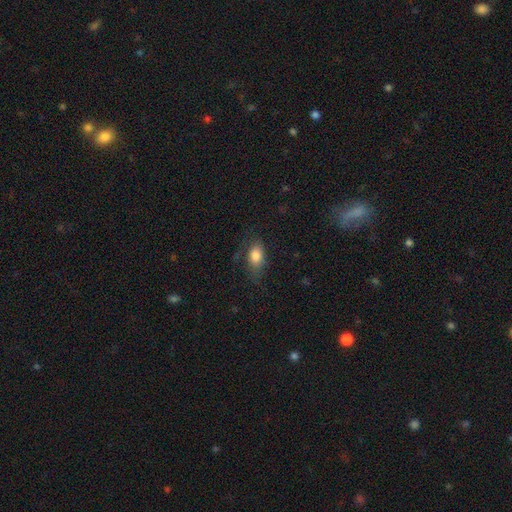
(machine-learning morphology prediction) Overall: smooth (80%). How rounded: in between (85%). Merging: none (64%).